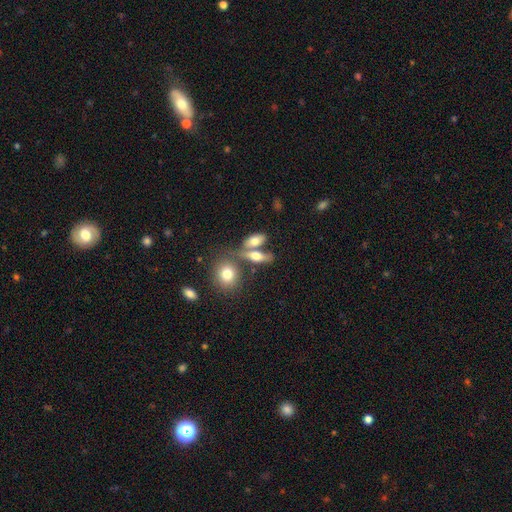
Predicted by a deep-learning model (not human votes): Q: Smooth or featured?
A: smooth (63%); runner-up: featured or disk (28%)
Q: How rounded?
A: in between (67%); runner-up: cigar-shaped (21%)
Q: Merging?
A: none (47%); runner-up: merger (37%)